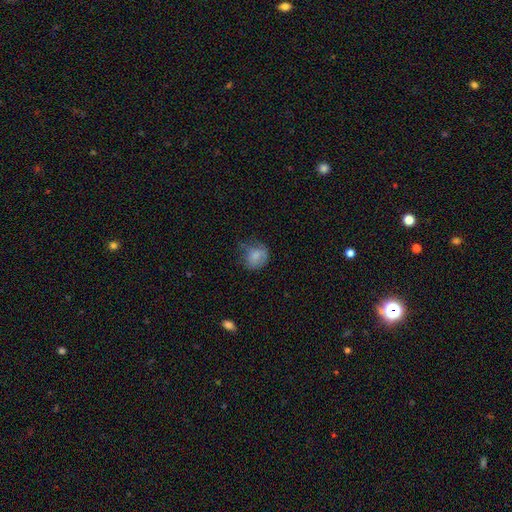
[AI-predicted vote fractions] smooth-or-featured: smooth: 74% | featured or disk: 16% | star or artifact: 10%
  how-rounded: round: 65% | in between: 34% | cigar-shaped: 1%
  merging: none: 47% | minor disturbance: 32% | major disturbance: 19% | merger: 2%